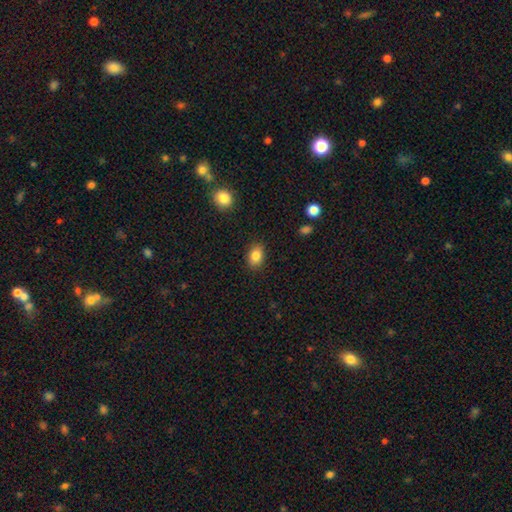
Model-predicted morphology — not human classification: Smooth or featured: smooth — 84% (star or artifact — 9%)
How rounded: in between — 74% (round — 25%)
Merging: none — 88% (minor disturbance — 9%)